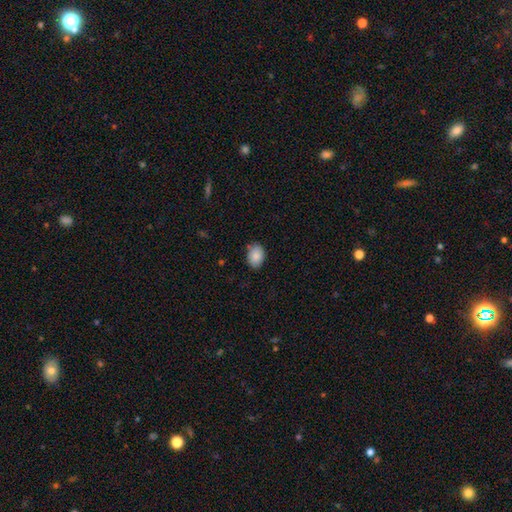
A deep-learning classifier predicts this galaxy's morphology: Overall: smooth (88%). How rounded: in between (82%). Merging: none (83%).